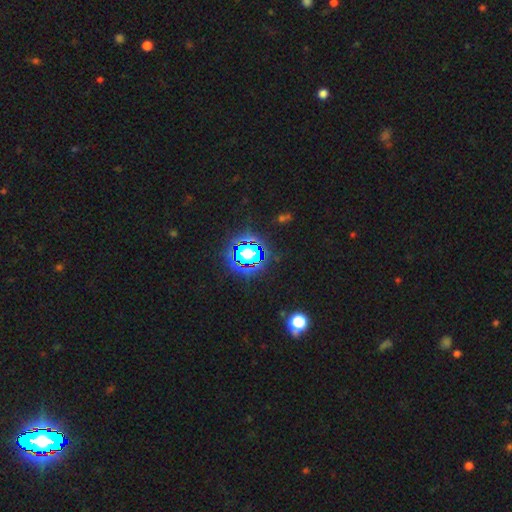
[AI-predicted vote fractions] Morphology: type=star or artifact (80%).